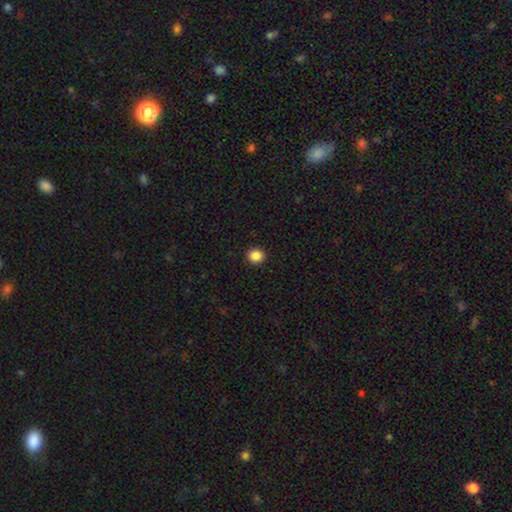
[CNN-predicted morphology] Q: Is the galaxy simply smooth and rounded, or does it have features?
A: smooth — 87%.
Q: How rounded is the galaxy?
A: round — 91%.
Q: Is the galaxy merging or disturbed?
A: none — 93%.